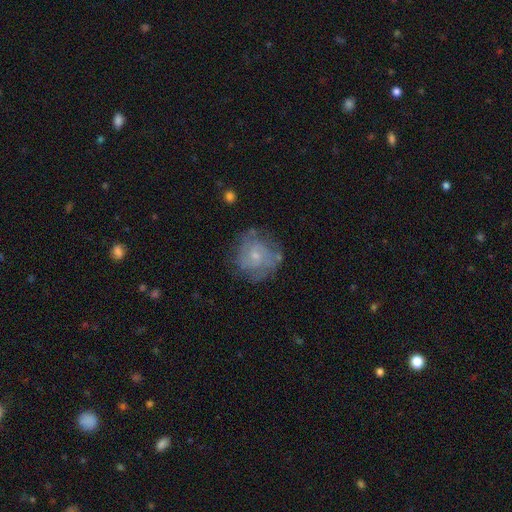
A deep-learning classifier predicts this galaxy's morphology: type=featured or disk (67%); edge-on=no (98%); bar=no (74%); spiral arms=yes (78%); winding=tight (53%); arm count=can't tell (42%); bulge=small (70%); merging=none (65%).